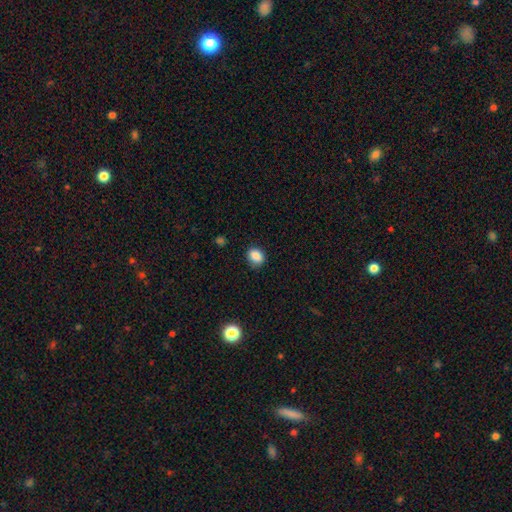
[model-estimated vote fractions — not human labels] Smooth or featured?
  - smooth: 86% *
  - star or artifact: 10%
  - featured or disk: 4%
How rounded?
  - round: 50% *
  - in between: 49%
  - cigar-shaped: 1%
Merging?
  - none: 83% *
  - minor disturbance: 13%
  - major disturbance: 3%
  - merger: 1%